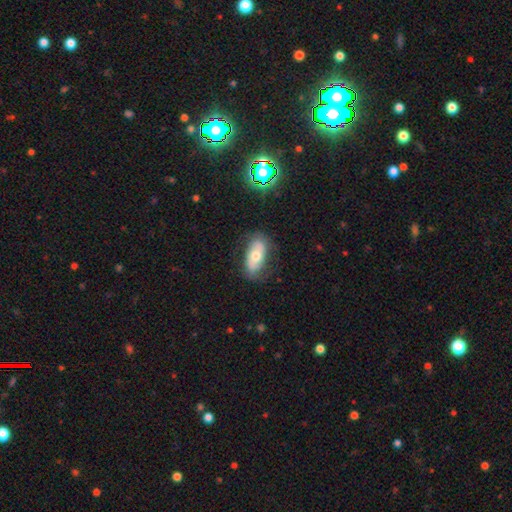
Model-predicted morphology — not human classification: A smooth galaxy with no disk features (52%) that is in between round and cigar-shaped (89%).

Vote fractions:
- Smooth or featured? smooth: 52% / featured or disk: 41% / star or artifact: 7%
- How rounded? in between: 89% / cigar-shaped: 7% / round: 4%
- Merging? none: 75% / minor disturbance: 17% / major disturbance: 6% / merger: 2%